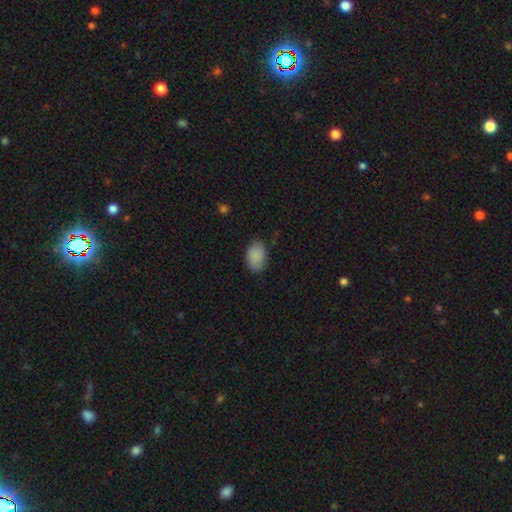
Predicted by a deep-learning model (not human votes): This appears to be a smooth galaxy with no disk features (89%) that is in between round and cigar-shaped (81%). Merging: none (80%).